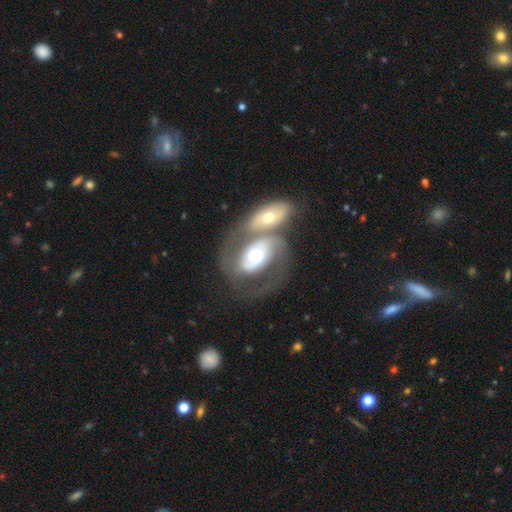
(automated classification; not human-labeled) Smooth or featured: featured or disk — 64% (smooth — 30%)
Edge-on disk: no — 94% (yes — 6%)
Bar: no — 69% (weak — 20%)
Spiral arms: yes — 59% (no — 41%)
Bulge size: moderate — 63% (large — 26%)
Merging: merger — 55% (none — 25%)